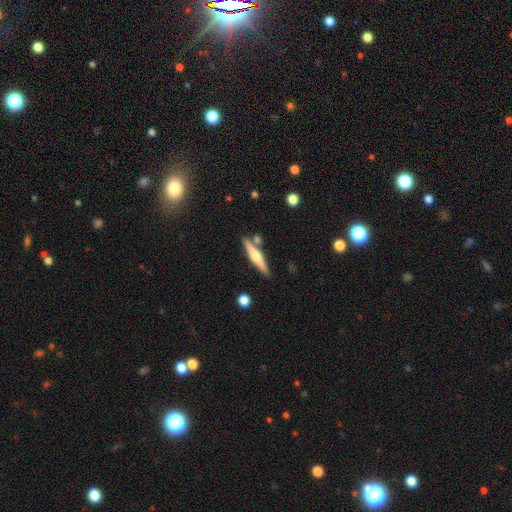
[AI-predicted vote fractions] Smooth or featured? featured or disk (61%)
Edge-on disk? yes (97%)
Edge-on bulge? rounded (87%)
Merging? none (80%)